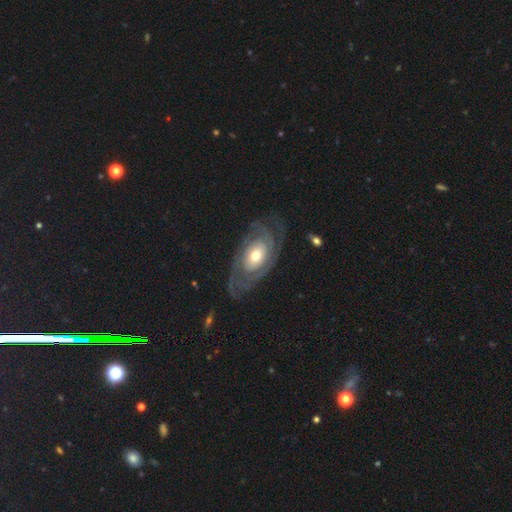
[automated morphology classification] A featured or disk galaxy (82%) with no bar (76%), 2 (41%) tight (64%) spiral arms (88%) and a moderate central bulge (65%).

Vote fractions:
- Smooth or featured? featured or disk: 82% / smooth: 13% / star or artifact: 5%
- Edge-on disk? no: 94% / yes: 6%
- Bar? no: 76% / weak: 18% / strong: 6%
- Spiral arms? yes: 88% / no: 12%
- Spiral winding? tight: 64% / medium: 26% / loose: 10%
- Spiral arm count? 2: 41% / can't tell: 31% / 3: 13% / 1: 6% / 4: 5% / more than 4: 4%
- Bulge size? moderate: 65% / small: 19% / large: 13% / dominant: 1% / none: 1%
- Merging? none: 73% / minor disturbance: 16% / major disturbance: 10% / merger: 1%